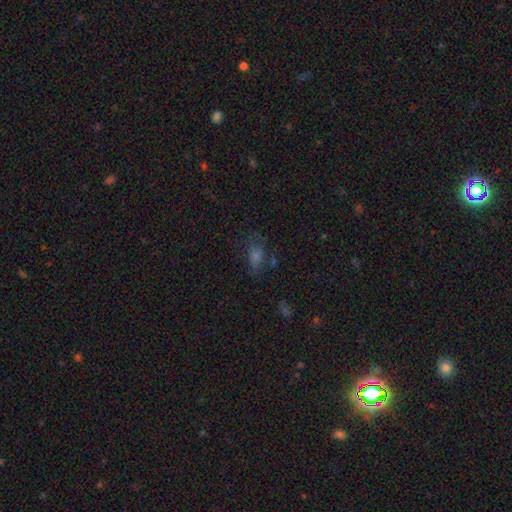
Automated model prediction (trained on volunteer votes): This appears to be a smooth galaxy with no disk features (48%). Merging: none (58%).